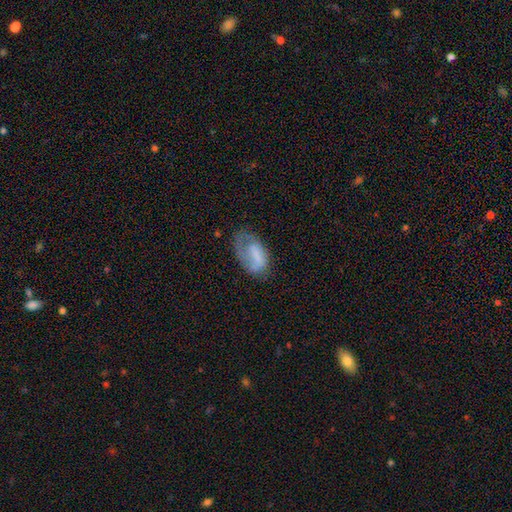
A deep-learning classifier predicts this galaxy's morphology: A smooth galaxy with no disk features (56%) that is in between round and cigar-shaped (91%).

Vote fractions:
- Smooth or featured? smooth: 56% / featured or disk: 36% / star or artifact: 8%
- How rounded? in between: 91% / round: 6% / cigar-shaped: 2%
- Merging? none: 38% / major disturbance: 30% / minor disturbance: 30% / merger: 3%